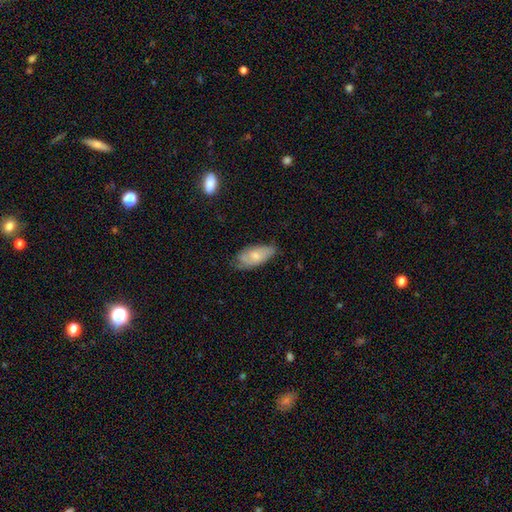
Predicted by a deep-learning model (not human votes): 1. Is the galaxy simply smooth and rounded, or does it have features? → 69% smooth, 25% featured or disk, 6% star or artifact.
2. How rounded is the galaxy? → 89% in between, 9% cigar-shaped, 3% round.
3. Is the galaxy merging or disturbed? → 55% none, 35% minor disturbance, 8% major disturbance, 2% merger.